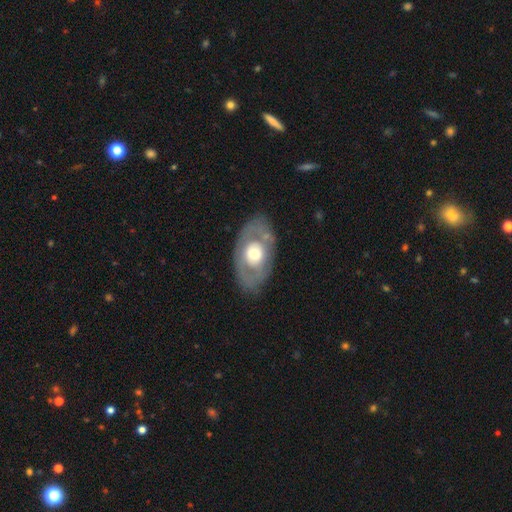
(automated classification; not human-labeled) Smooth or featured?
  - featured or disk: 59% *
  - smooth: 36%
  - star or artifact: 5%
Edge-on disk?
  - no: 89% *
  - yes: 11%
Bar?
  - no: 87% *
  - weak: 10%
  - strong: 3%
Spiral arms?
  - no: 82% *
  - yes: 18%
Bulge size?
  - moderate: 60% *
  - large: 28%
  - small: 9%
  - dominant: 2%
  - none: 1%
Merging?
  - none: 78% *
  - minor disturbance: 14%
  - major disturbance: 6%
  - merger: 2%